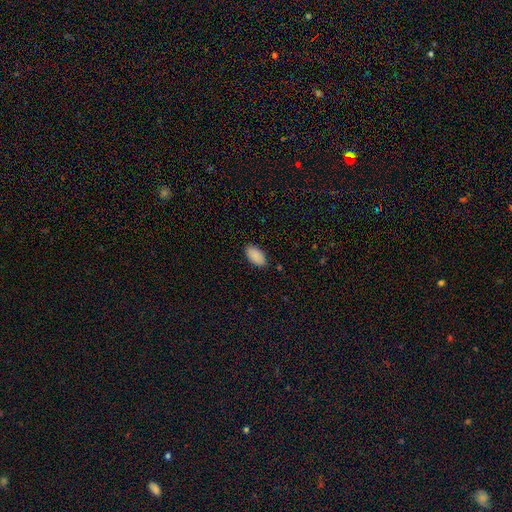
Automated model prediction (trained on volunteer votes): This appears to be a smooth galaxy with no disk features (90%) that is in between round and cigar-shaped (95%). Merging: none (87%).